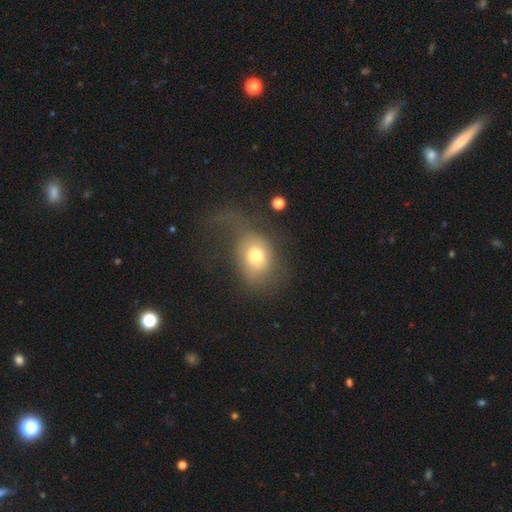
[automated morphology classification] Overall: smooth (64%; featured or disk 25%). How rounded: in between (56%; round 43%). Merging: major disturbance (47%; none 28%).